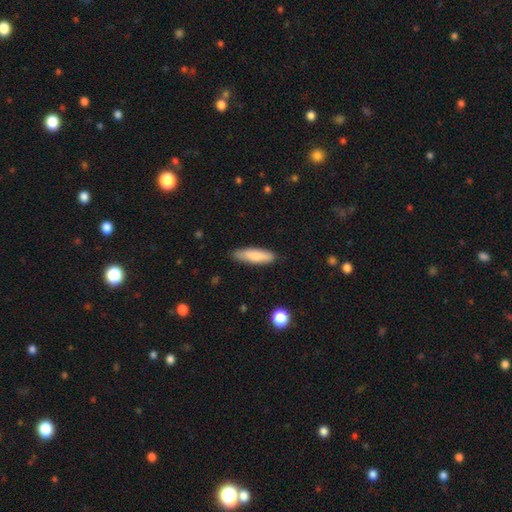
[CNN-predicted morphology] This is clearly a smooth galaxy (83%). How rounded: likely cigar-shaped (62%). Merging: clearly none (83%).